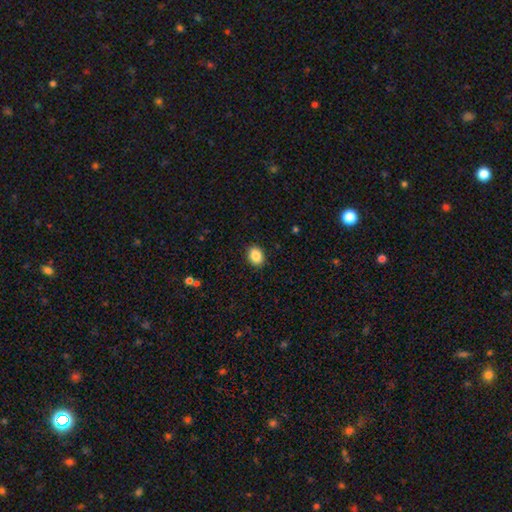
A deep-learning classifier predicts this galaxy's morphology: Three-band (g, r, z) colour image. It shows a smooth galaxy with no disk features (87%) that is in between round and cigar-shaped (65%). Merging: none (90%).